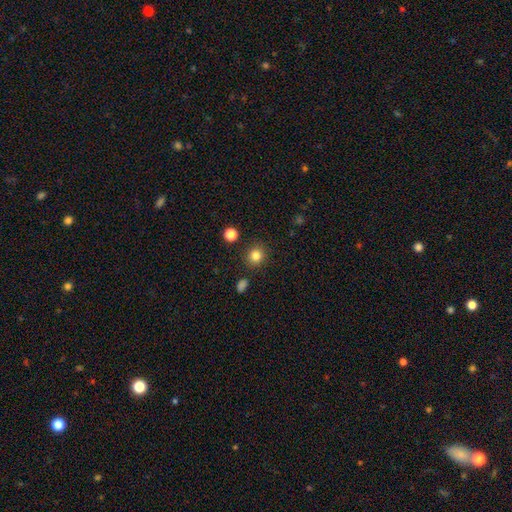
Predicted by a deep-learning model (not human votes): A smooth galaxy with no disk features (83%) that is round (85%). Merging: none (87%).